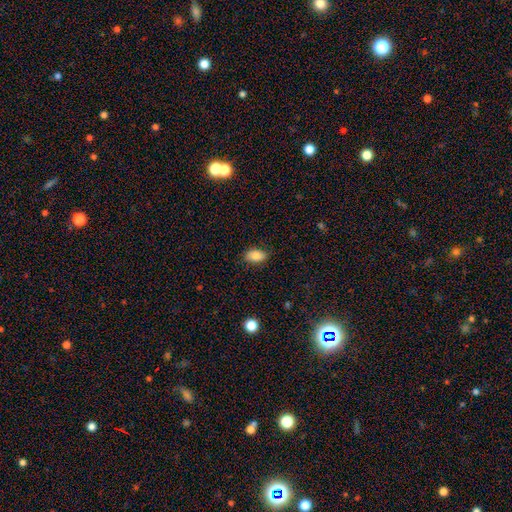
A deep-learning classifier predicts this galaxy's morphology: This appears to be a smooth galaxy with no disk features (83%) that is in between round and cigar-shaped (90%). Merging: none (82%).